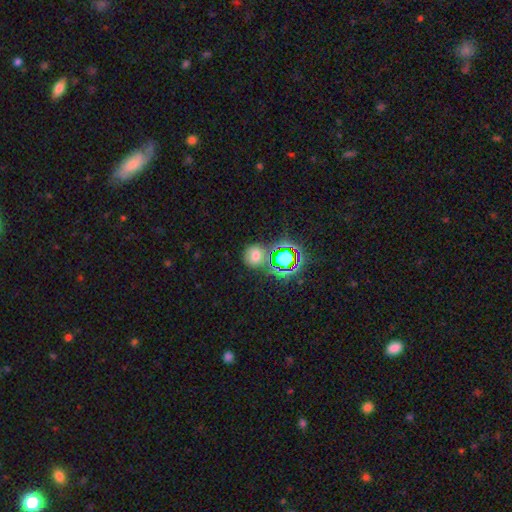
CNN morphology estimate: A smooth galaxy with no disk features (57%) that is round (76%).

Vote fractions:
- Smooth or featured? smooth: 57% / star or artifact: 32% / featured or disk: 11%
- How rounded? round: 76% / in between: 23% / cigar-shaped: 1%
- Merging? none: 73% / minor disturbance: 13% / merger: 9% / major disturbance: 5%